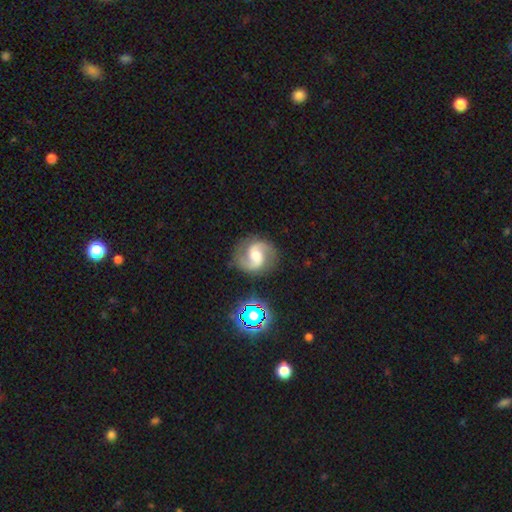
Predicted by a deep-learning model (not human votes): smooth_or_featured: featured or disk (p=0.86) [alt: smooth p=0.08]
disk_edge_on: no (p=0.98) [alt: yes p=0.02]
bar: weak (p=0.47) [alt: no p=0.35]
has_spiral_arms: yes (p=0.97) [alt: no p=0.03]
spiral_winding: medium (p=0.57) [alt: loose p=0.25]
spiral_arm_count: 2 (p=0.93) [alt: can't tell p=0.02]
bulge_size: moderate (p=0.60) [alt: small p=0.23]
merging: none (p=0.82) [alt: minor disturbance p=0.12]